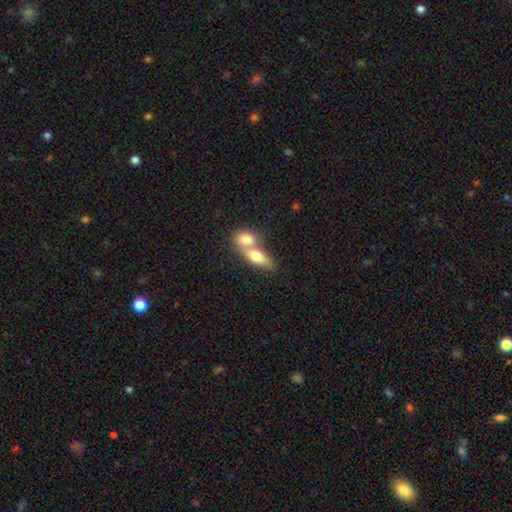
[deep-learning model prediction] Smooth or featured? smooth (73%)
How rounded? in between (75%)
Merging? merger (73%)